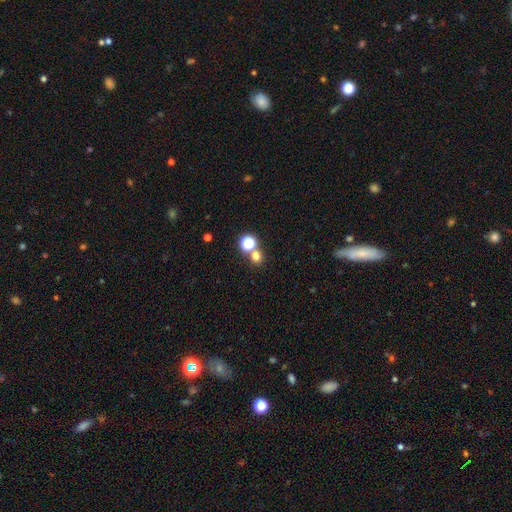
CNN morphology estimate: type=smooth (69%); roundness=round (88%); merging=none (64%).